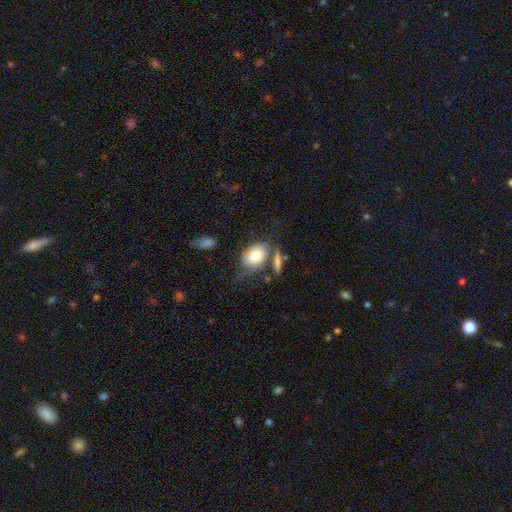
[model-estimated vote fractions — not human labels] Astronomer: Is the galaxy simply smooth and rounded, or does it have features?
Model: smooth — 76%.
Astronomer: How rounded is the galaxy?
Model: in between — 76%.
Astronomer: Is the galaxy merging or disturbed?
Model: none — 41% (runner-up: minor disturbance, 24%).